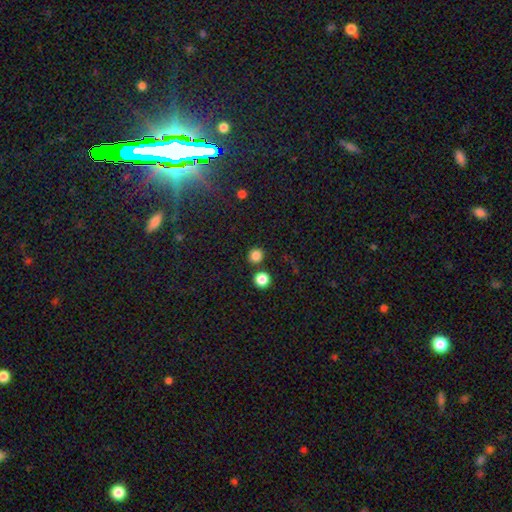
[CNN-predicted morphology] The model was most divided on "smooth or featured": smooth: 83%, star or artifact: 13%, featured or disk: 4%. More confident: how rounded — round (92%); merging — none (82%).